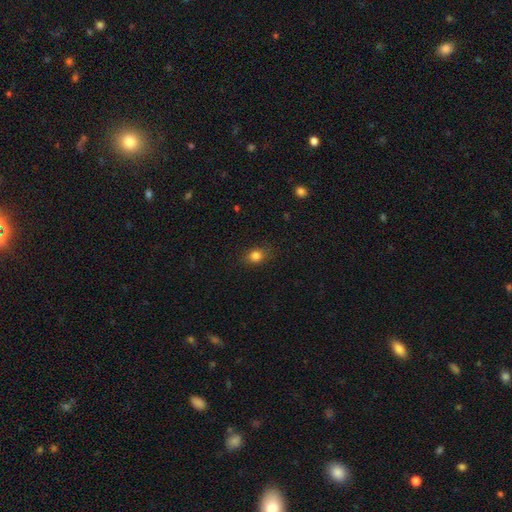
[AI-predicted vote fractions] Morphology: type=smooth (82%); roundness=round (53%); merging=none (83%).